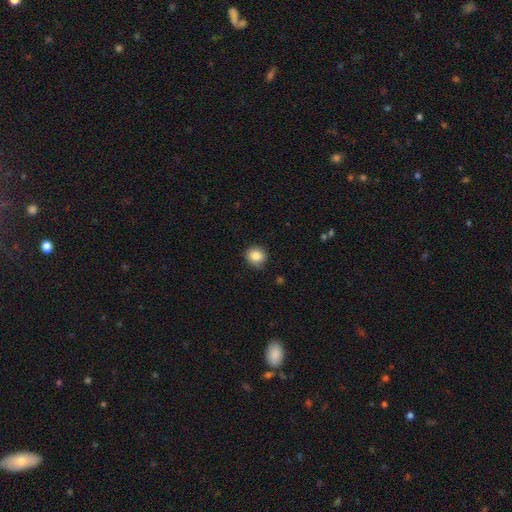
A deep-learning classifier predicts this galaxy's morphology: A smooth galaxy with no disk features (85%) that is round (87%). Merging: none (85%).